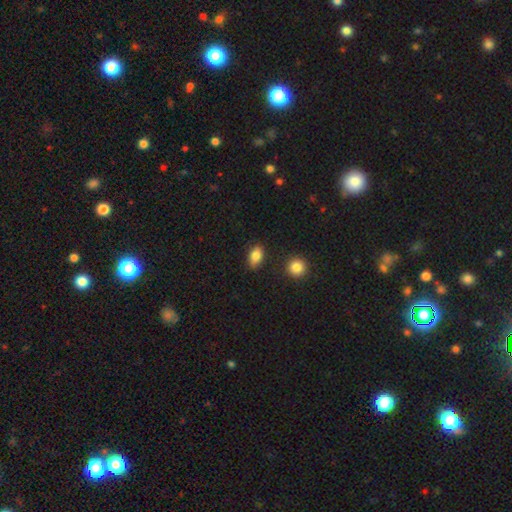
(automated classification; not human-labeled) Smooth or featured? smooth (83%)
How rounded? in between (86%)
Merging? none (84%)